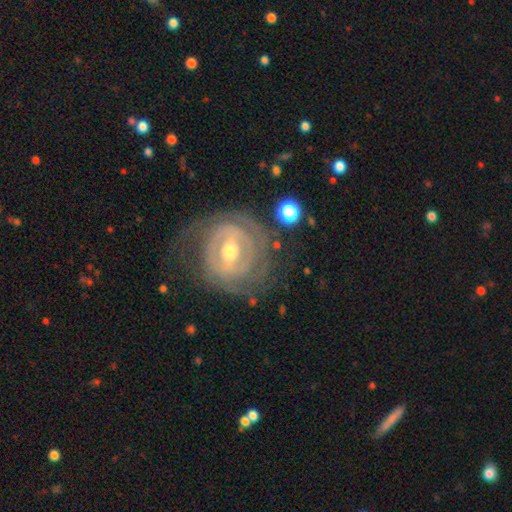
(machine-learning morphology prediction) Smooth or featured: featured or disk — 82% (smooth — 10%)
Edge-on disk: no — 95% (yes — 5%)
Bar: weak — 43% (strong — 40%)
Spiral arms: yes — 88% (no — 12%)
Spiral winding: tight — 72% (medium — 21%)
Spiral arm count: can't tell — 38% (2 — 29%)
Bulge size: moderate — 55% (small — 40%)
Merging: none — 71% (minor disturbance — 15%)